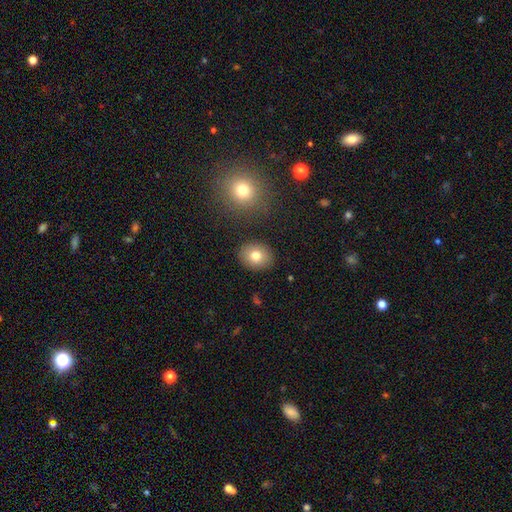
smooth_or_featured: smooth (p=0.79) [alt: featured or disk p=0.10]
how_rounded: in between (p=0.55) [alt: round p=0.45]
merging: none (p=0.91) [alt: minor disturbance p=0.03]